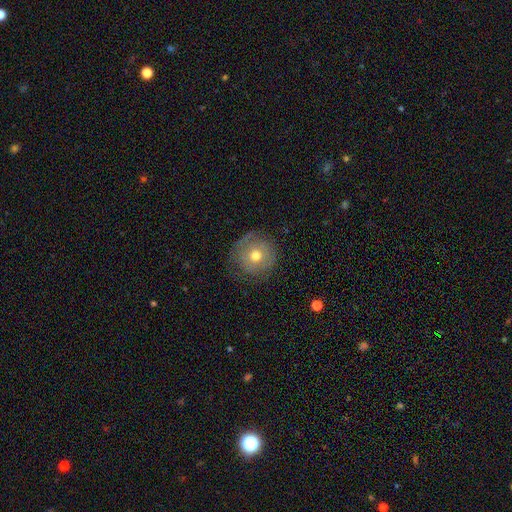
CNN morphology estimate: Smooth or featured: smooth — 52% (featured or disk — 39%)
How rounded: round — 92% (in between — 7%)
Merging: none — 71% (minor disturbance — 19%)